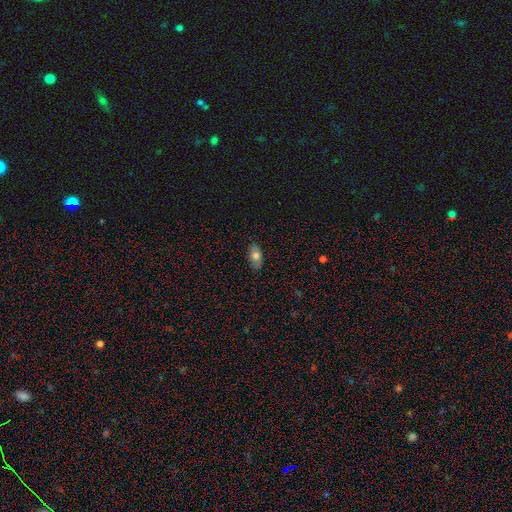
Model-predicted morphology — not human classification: smooth_or_featured: smooth (p=0.75) [alt: featured or disk p=0.16]
how_rounded: in between (p=0.89) [alt: round p=0.06]
merging: none (p=0.83) [alt: minor disturbance p=0.13]